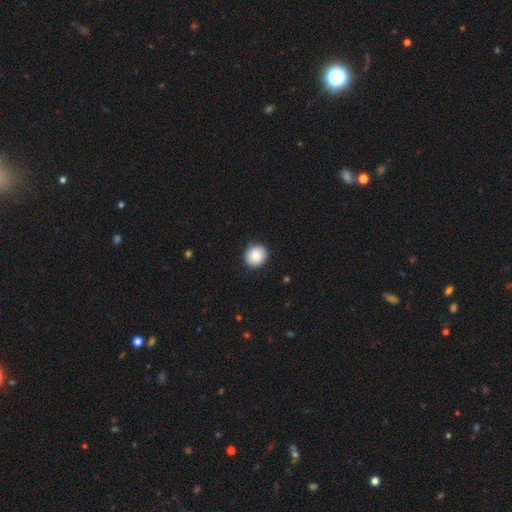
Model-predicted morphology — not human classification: smooth 87%, star or artifact 7%, featured or disk 5%. Down the decision tree: how rounded — round (85%); merging — none (89%).